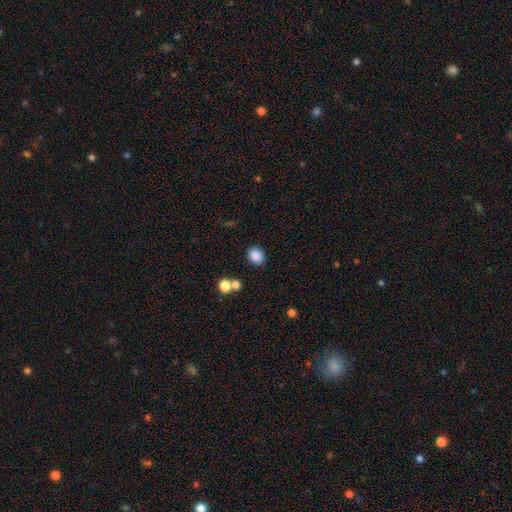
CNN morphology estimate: Overall: smooth (86%). How rounded: in between (54%; round 45%). Merging: none (83%).